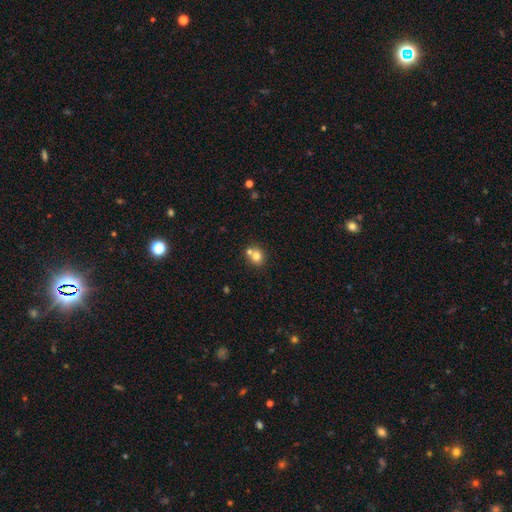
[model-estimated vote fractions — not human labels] Q: Smooth or featured?
A: smooth (77%); runner-up: star or artifact (12%)
Q: How rounded?
A: round (79%); runner-up: in between (20%)
Q: Merging?
A: none (52%); runner-up: merger (37%)